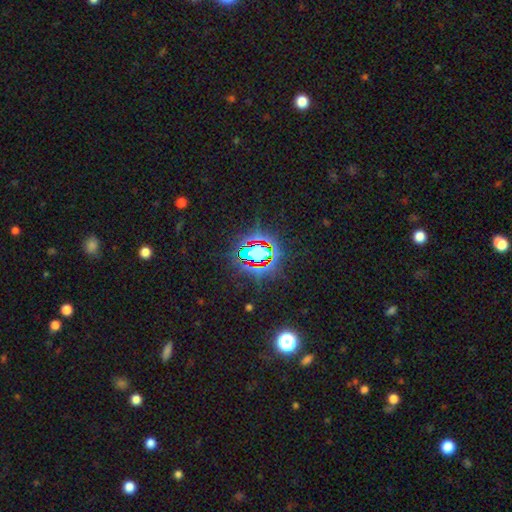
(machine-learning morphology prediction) Q: Smooth or featured?
A: star or artifact (76%); runner-up: smooth (14%)